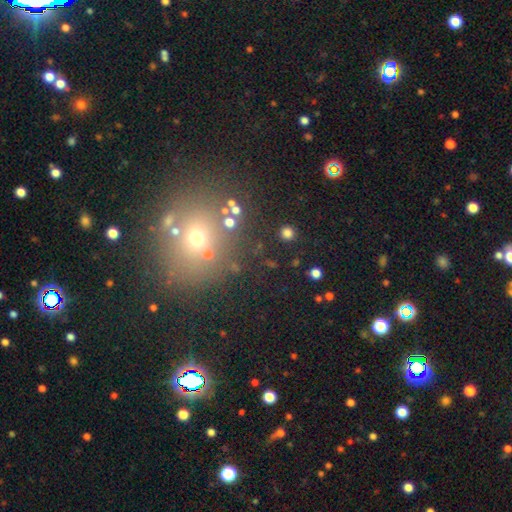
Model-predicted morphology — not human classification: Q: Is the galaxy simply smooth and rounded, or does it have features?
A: star or artifact — 47%.